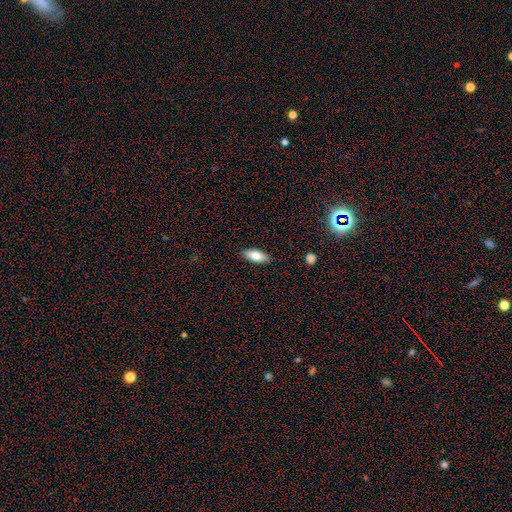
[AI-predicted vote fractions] A smooth galaxy with no disk features (79%) that is in between round and cigar-shaped (80%). Merging: none (88%).